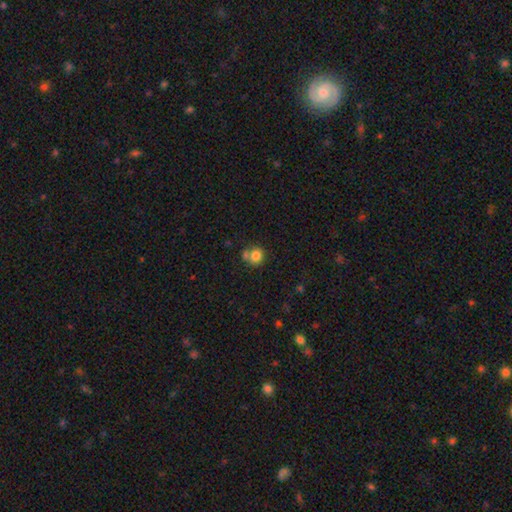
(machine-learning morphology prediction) This appears to be a smooth galaxy with no disk features (81%) that is round (82%). Merging: none (55%).